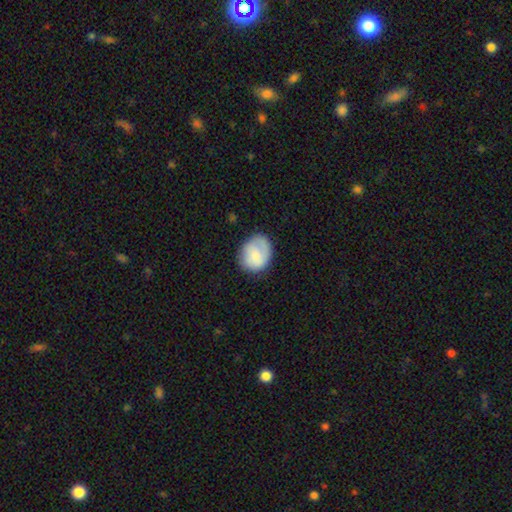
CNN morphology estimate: A smooth galaxy with no disk features (69%) that is round (59%).

Vote fractions:
- Smooth or featured? smooth: 69% / featured or disk: 24% / star or artifact: 7%
- How rounded? round: 59% / in between: 40% / cigar-shaped: 1%
- Merging? none: 68% / minor disturbance: 23% / major disturbance: 7% / merger: 2%